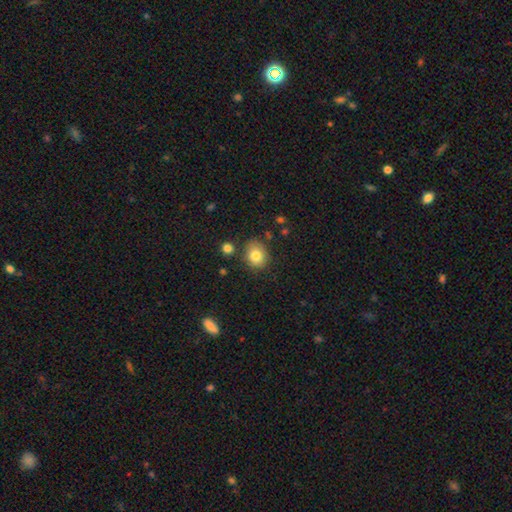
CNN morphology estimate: The model was most divided on "how rounded": round: 54%, in between: 45%, cigar-shaped: 1%. More confident: smooth or featured — smooth (81%); merging — none (78%).